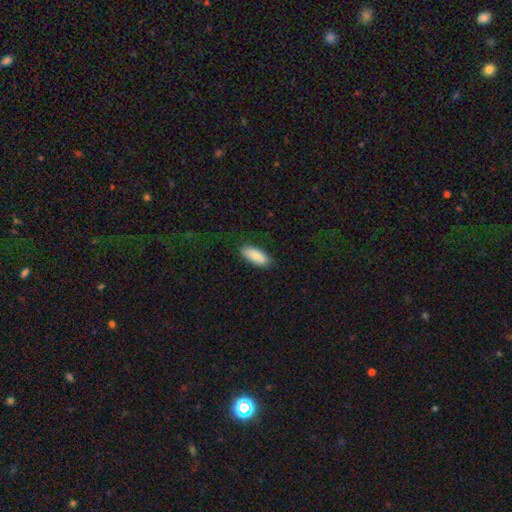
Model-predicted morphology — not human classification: smooth-or-featured: smooth: 90% | star or artifact: 6% | featured or disk: 5%
  how-rounded: in between: 83% | cigar-shaped: 15% | round: 2%
  merging: none: 87% | minor disturbance: 10% | major disturbance: 2% | merger: 1%